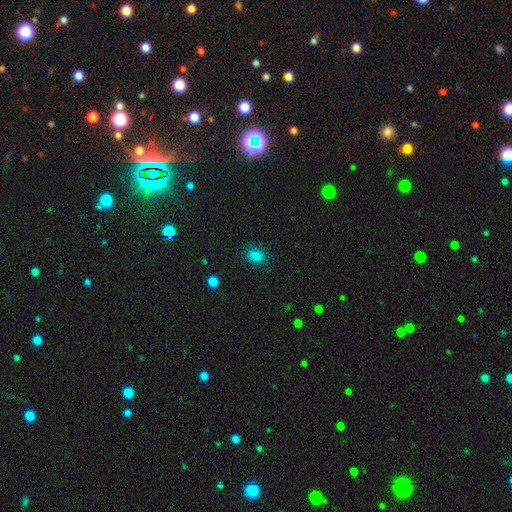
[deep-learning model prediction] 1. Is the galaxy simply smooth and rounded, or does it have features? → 83% smooth, 13% star or artifact, 4% featured or disk.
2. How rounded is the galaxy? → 63% in between, 36% round, 1% cigar-shaped.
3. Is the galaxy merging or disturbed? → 83% none, 12% minor disturbance, 3% major disturbance, 1% merger.